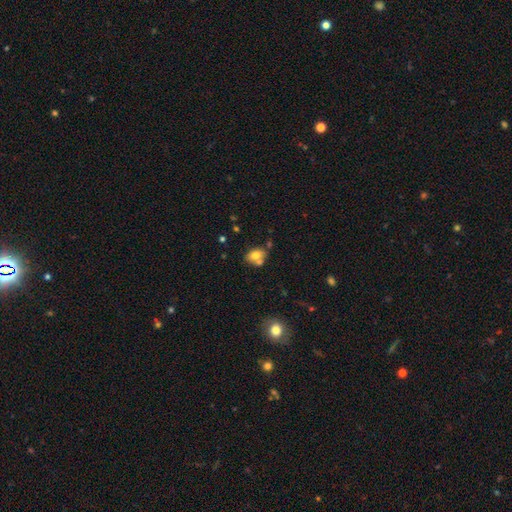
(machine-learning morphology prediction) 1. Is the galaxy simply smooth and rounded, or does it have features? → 72% smooth, 18% featured or disk, 10% star or artifact.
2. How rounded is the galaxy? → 64% in between, 35% round, 1% cigar-shaped.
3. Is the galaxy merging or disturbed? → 51% none, 28% merger, 16% minor disturbance, 5% major disturbance.